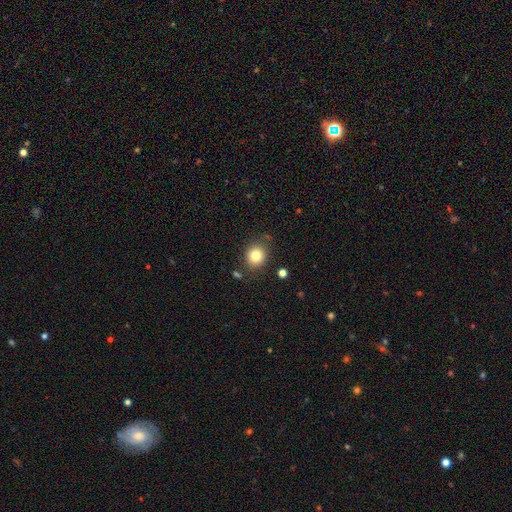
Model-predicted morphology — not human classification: Smooth or featured: smooth — 80% (star or artifact — 11%)
How rounded: round — 77% (in between — 22%)
Merging: none — 81% (minor disturbance — 12%)